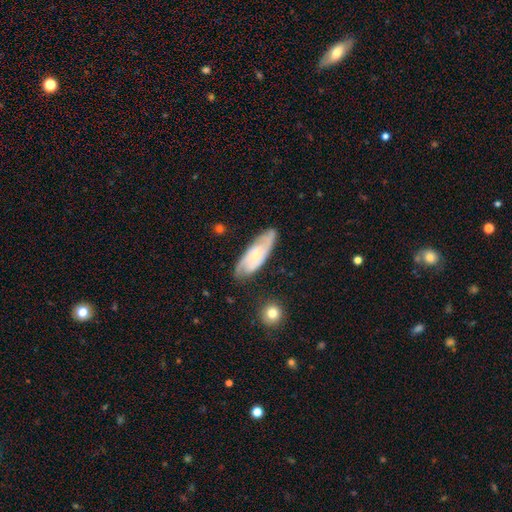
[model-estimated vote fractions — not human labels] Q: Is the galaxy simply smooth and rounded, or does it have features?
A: featured or disk — 71%.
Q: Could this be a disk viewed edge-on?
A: no — 87%.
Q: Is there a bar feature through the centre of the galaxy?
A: no — 62%.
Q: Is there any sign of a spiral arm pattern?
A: yes — 94%.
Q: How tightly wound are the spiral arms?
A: tight — 48%.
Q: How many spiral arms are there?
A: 2 — 57%.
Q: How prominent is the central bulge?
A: small — 63%.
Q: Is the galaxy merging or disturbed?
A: none — 76%.